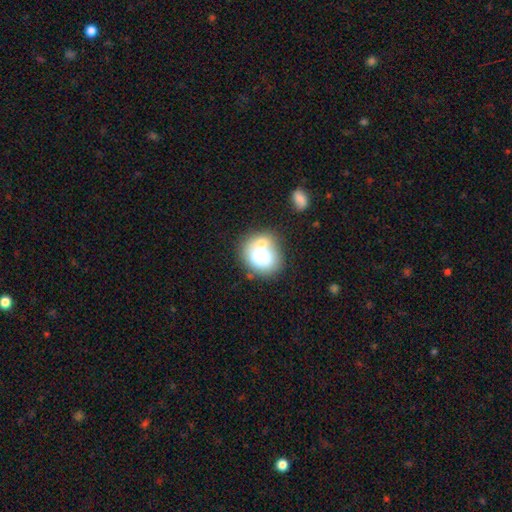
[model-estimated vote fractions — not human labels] This is likely a smooth galaxy (73%). How rounded: possibly round (58%). Merging: marginally none (40%).